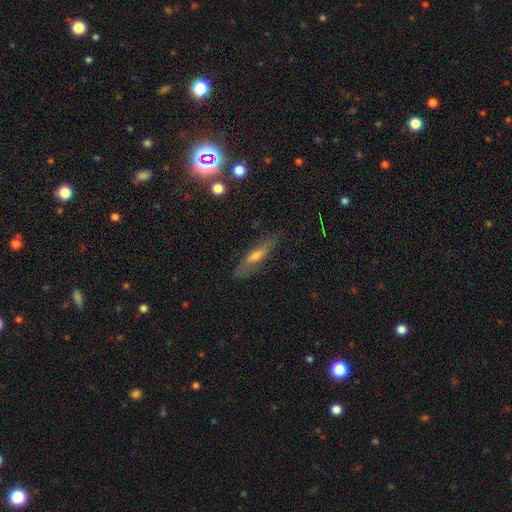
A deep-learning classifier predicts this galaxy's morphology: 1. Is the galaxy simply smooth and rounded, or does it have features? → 47% featured or disk, 43% smooth, 10% star or artifact.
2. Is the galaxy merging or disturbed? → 80% none, 15% minor disturbance, 4% major disturbance, 2% merger.